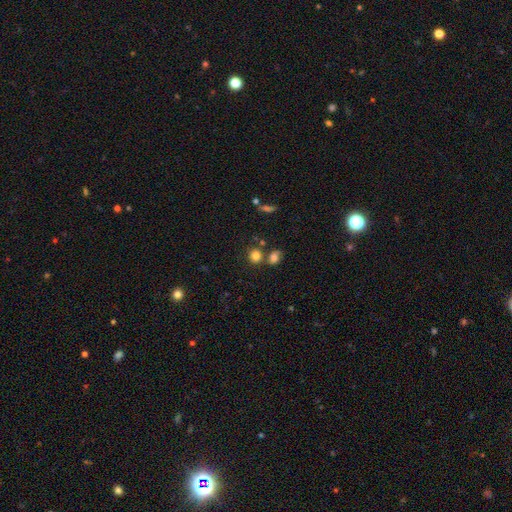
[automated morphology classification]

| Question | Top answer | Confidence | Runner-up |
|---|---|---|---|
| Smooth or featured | smooth | 81% | star or artifact (12%) |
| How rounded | round | 79% | in between (19%) |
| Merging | none | 65% | merger (20%) |